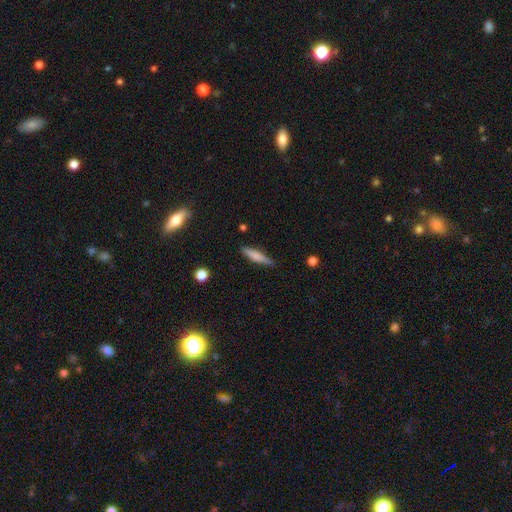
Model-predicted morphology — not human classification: A smooth galaxy with no disk features (71%) that is cigar-shaped (84%). Merging: none (82%).